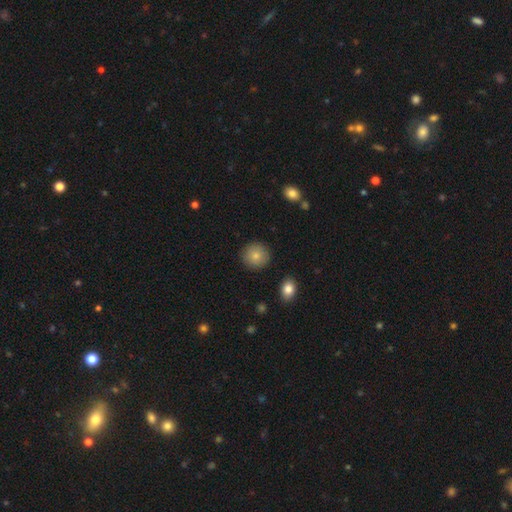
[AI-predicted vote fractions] A smooth galaxy with no disk features (83%) that is round (92%). Merging: none (90%).